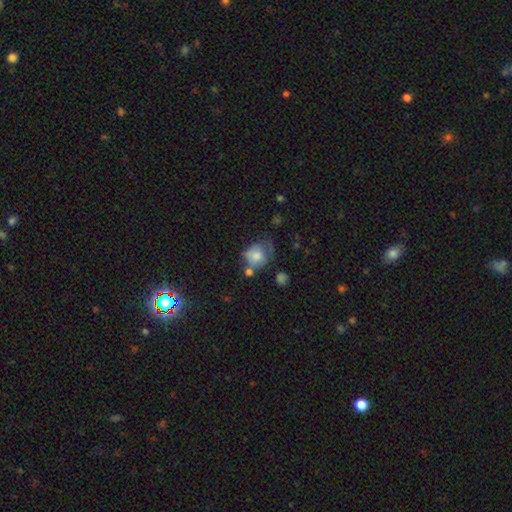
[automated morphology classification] A smooth galaxy with no disk features (73%) that is round (64%). Merging: none (35%).